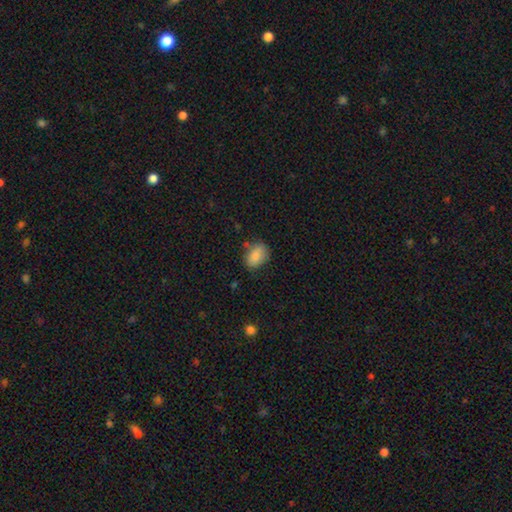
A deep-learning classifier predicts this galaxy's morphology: Smooth or featured: smooth — 85% (star or artifact — 8%)
How rounded: in between — 82% (round — 16%)
Merging: none — 72% (minor disturbance — 20%)